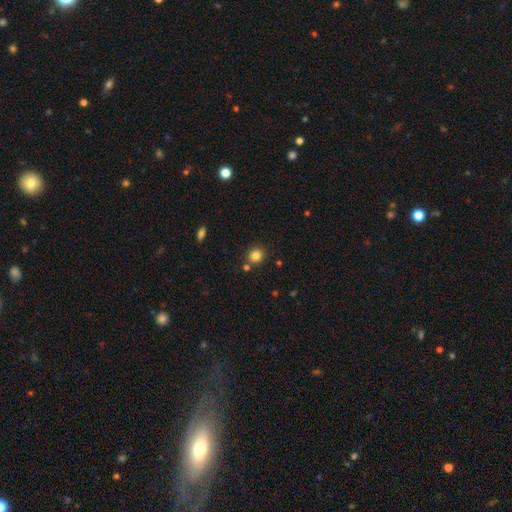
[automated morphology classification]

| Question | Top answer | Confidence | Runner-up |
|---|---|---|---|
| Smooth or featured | smooth | 82% | star or artifact (12%) |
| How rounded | round | 86% | in between (13%) |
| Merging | none | 82% | minor disturbance (8%) |